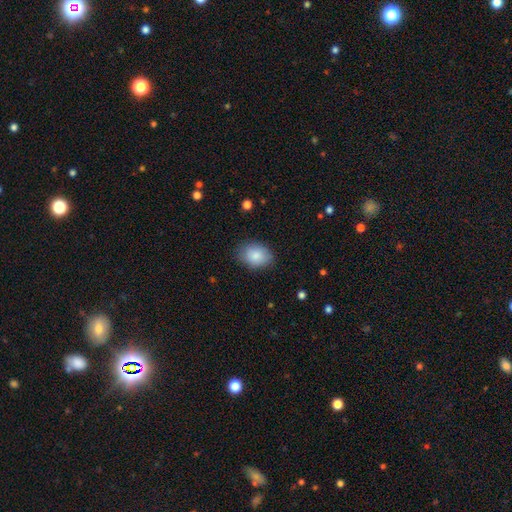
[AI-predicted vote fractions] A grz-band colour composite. It shows a smooth galaxy with no disk features (86%) that is in between round and cigar-shaped (71%). Merging: none (80%).